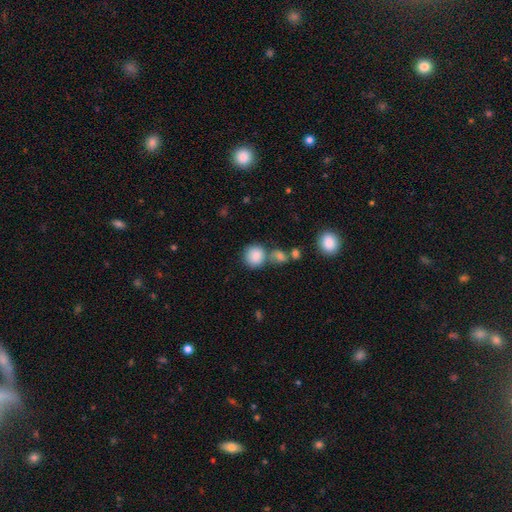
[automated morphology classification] Smooth or featured? smooth (86%)
How rounded? round (84%)
Merging? none (55%)